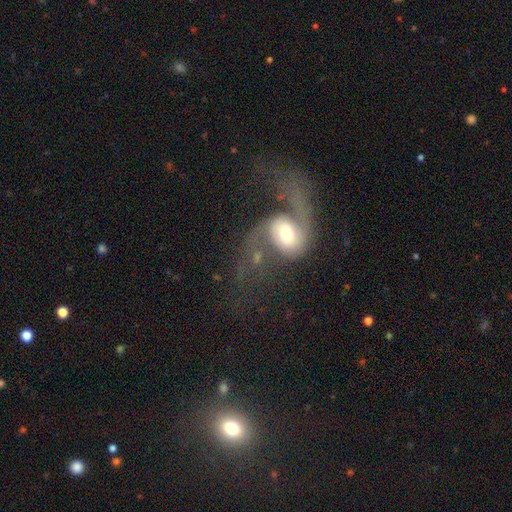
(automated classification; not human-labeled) featured or disk 78%, smooth 12%, star or artifact 10%. Down the decision tree: edge-on disk — no (96%); bar — no (50%); spiral arms — yes (85%); spiral arm count — 2 (72%); spiral winding — loose (72%); bulge size — moderate (56%); merging — major disturbance (44%).